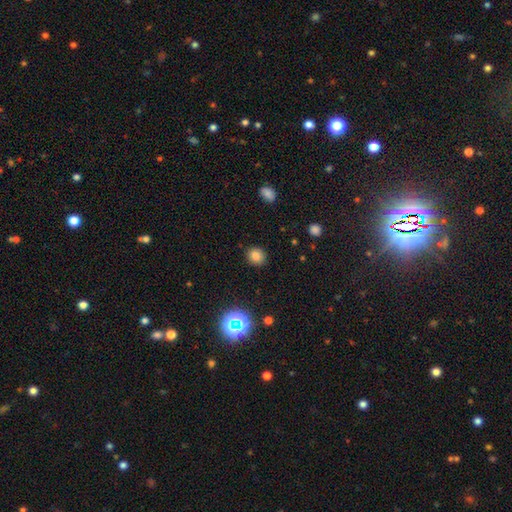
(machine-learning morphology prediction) A smooth galaxy with no disk features (80%) that is round (83%).

Vote fractions:
- Smooth or featured? smooth: 80% / star or artifact: 14% / featured or disk: 6%
- How rounded? round: 83% / in between: 16% / cigar-shaped: 1%
- Merging? none: 89% / minor disturbance: 7% / major disturbance: 2% / merger: 1%